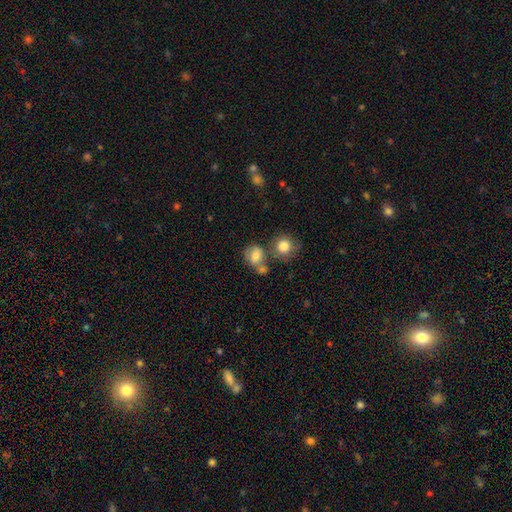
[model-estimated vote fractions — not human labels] A smooth galaxy with no disk features (72%) that is round (57%). Merging: none (45%).